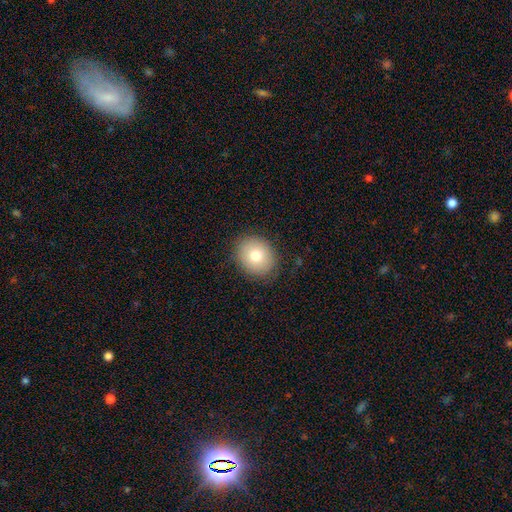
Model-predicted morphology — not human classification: This is likely a smooth galaxy (78%). How rounded: likely round (66%). Merging: clearly none (85%).